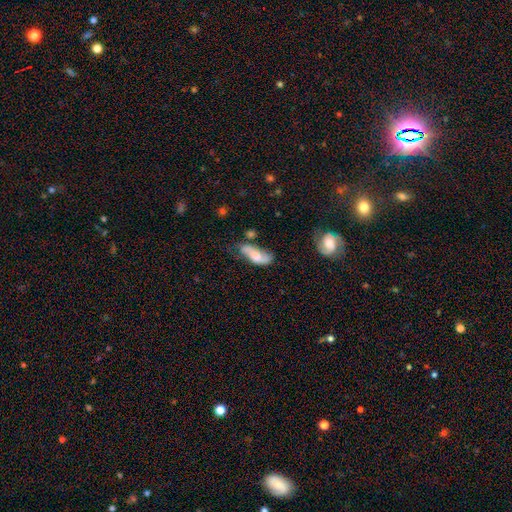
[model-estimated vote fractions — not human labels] Smooth or featured?
  - smooth: 51% *
  - featured or disk: 42%
  - star or artifact: 7%
How rounded?
  - in between: 75% *
  - cigar-shaped: 22%
  - round: 3%
Merging?
  - none: 43% *
  - minor disturbance: 31%
  - major disturbance: 16%
  - merger: 10%